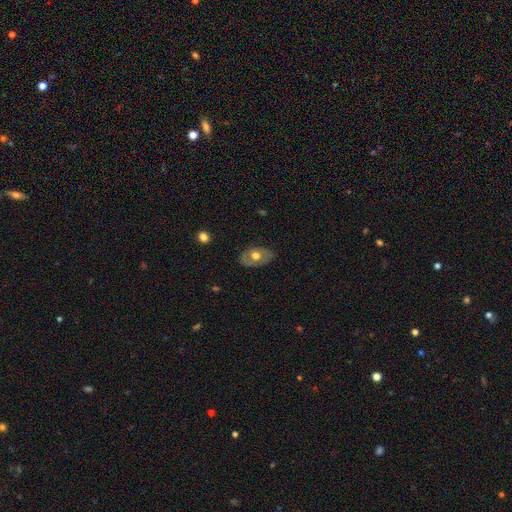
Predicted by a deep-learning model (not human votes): Morphology: type=smooth (47%); merging=none (75%).